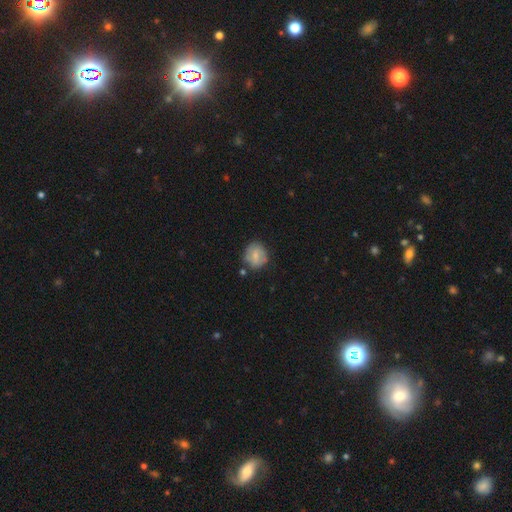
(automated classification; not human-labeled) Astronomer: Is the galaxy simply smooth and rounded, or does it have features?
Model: smooth — 65%.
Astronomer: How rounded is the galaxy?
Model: round — 81%.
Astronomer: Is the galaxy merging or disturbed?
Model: none — 71%.